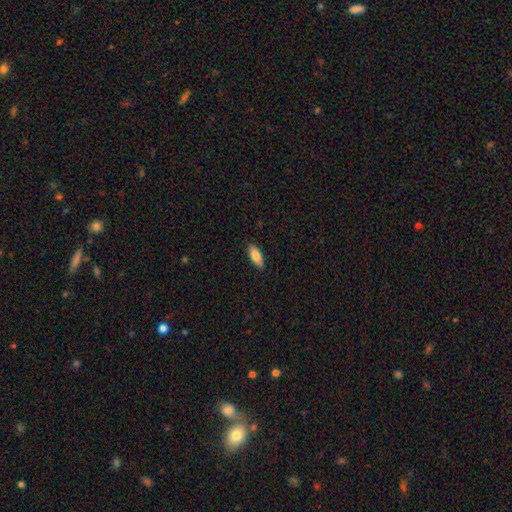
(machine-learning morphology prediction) This is clearly a smooth galaxy (84%). How rounded: likely in between (77%). Merging: clearly none (87%).